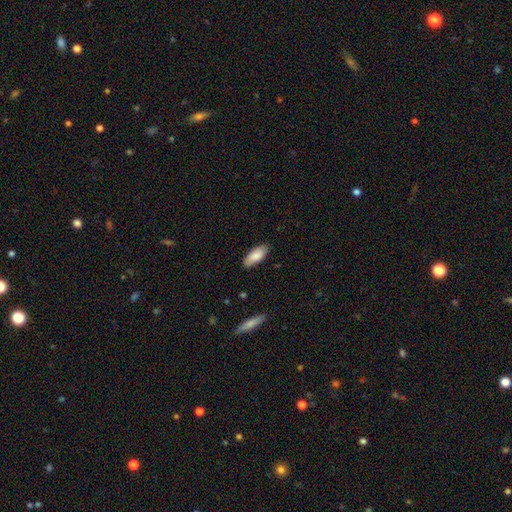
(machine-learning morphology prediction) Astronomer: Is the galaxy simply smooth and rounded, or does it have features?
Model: smooth — 85%.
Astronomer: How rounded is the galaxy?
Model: in between — 81%.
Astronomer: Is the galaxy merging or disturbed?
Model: none — 84%.